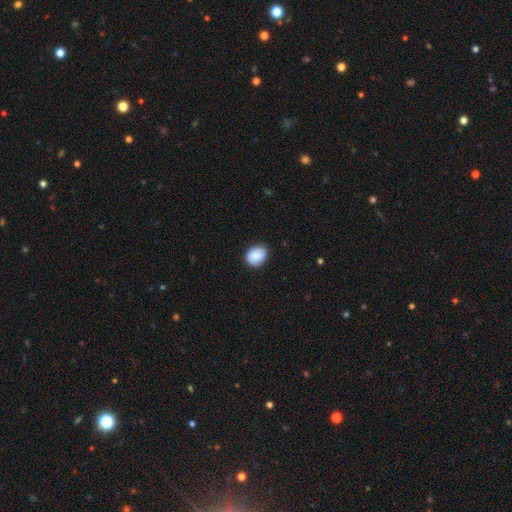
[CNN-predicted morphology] smooth-or-featured: smooth: 81% | featured or disk: 12% | star or artifact: 7%
  how-rounded: in between: 56% | round: 43% | cigar-shaped: 1%
  merging: none: 80% | minor disturbance: 16% | major disturbance: 3% | merger: 1%